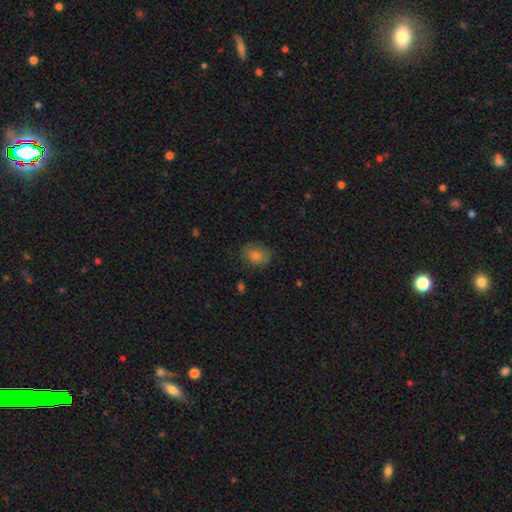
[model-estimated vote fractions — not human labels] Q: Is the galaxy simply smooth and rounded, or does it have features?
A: smooth — 74%.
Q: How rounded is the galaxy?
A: in between — 57%.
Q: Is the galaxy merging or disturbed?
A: none — 77%.